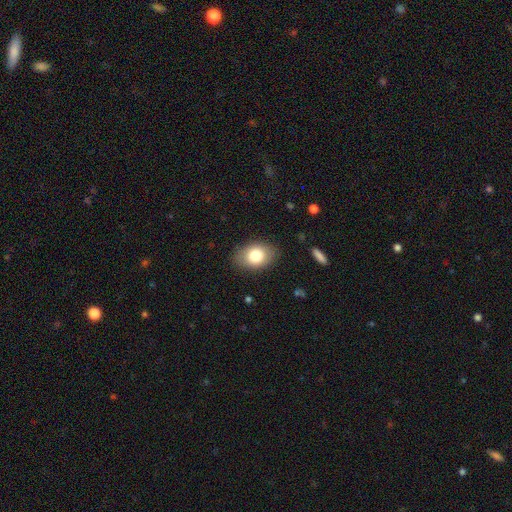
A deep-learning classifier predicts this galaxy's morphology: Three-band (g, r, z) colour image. It shows a smooth galaxy with no disk features (80%) that is in between round and cigar-shaped (80%). Merging: none (83%).